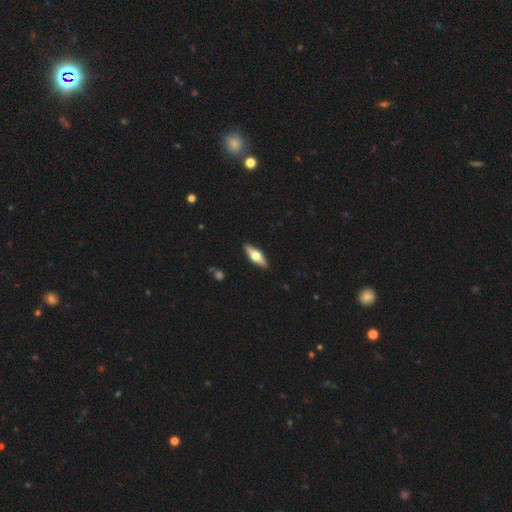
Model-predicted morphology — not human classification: smooth_or_featured: featured or disk (p=0.56) [alt: smooth p=0.38]
disk_edge_on: yes (p=0.92) [alt: no p=0.08]
edge_on_bulge: rounded (p=0.95) [alt: boxy p=0.03]
merging: none (p=0.90) [alt: minor disturbance p=0.08]